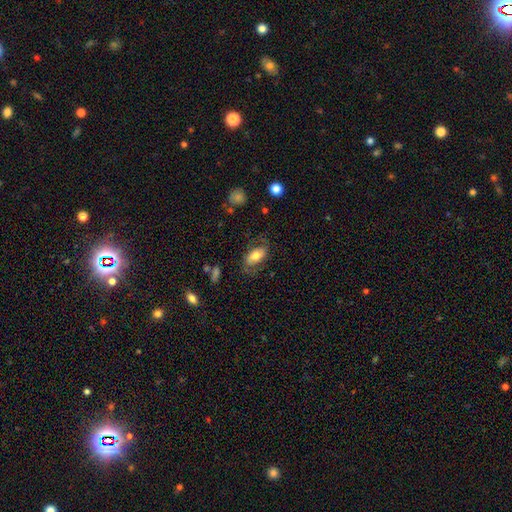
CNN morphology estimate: type=smooth (59%); roundness=in between (90%); merging=none (64%).